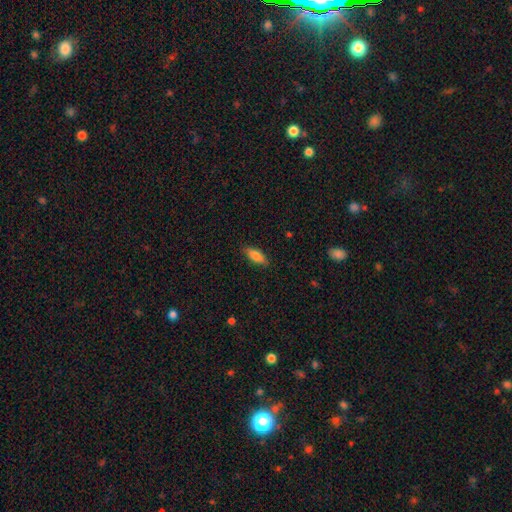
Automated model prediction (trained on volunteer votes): Smooth or featured? Predicted: smooth (p=0.82). How rounded? Predicted: in between (p=0.68). Merging? Predicted: none (p=0.86).